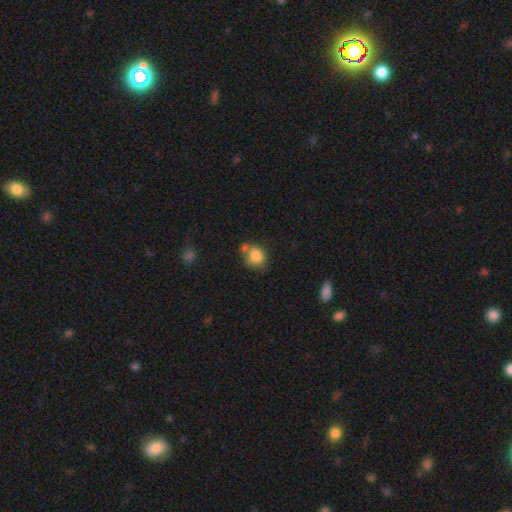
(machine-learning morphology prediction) Smooth or featured? smooth (83%)
How rounded? round (52%)
Merging? none (48%)